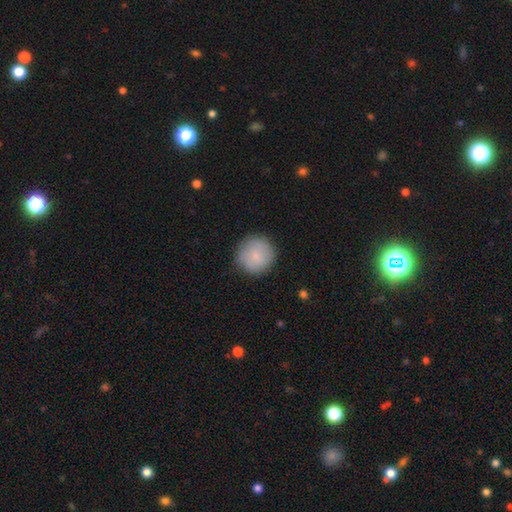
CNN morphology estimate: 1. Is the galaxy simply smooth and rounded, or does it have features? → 81% smooth, 12% featured or disk, 7% star or artifact.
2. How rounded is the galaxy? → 94% round, 5% in between, 1% cigar-shaped.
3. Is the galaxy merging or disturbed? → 84% none, 12% minor disturbance, 3% major disturbance, 1% merger.